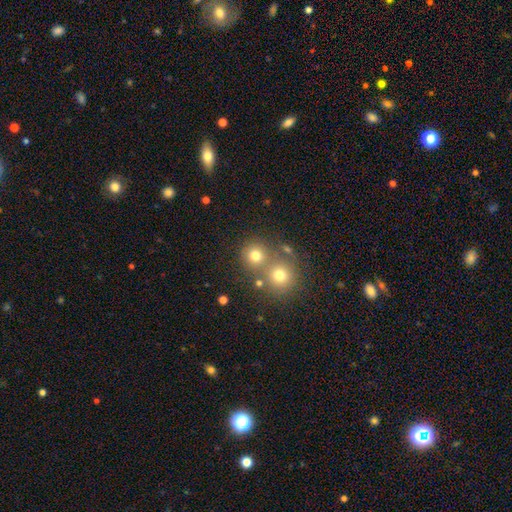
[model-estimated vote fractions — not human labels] This appears to be a smooth galaxy with no disk features (74%) that is round (89%). Merging: none (60%).